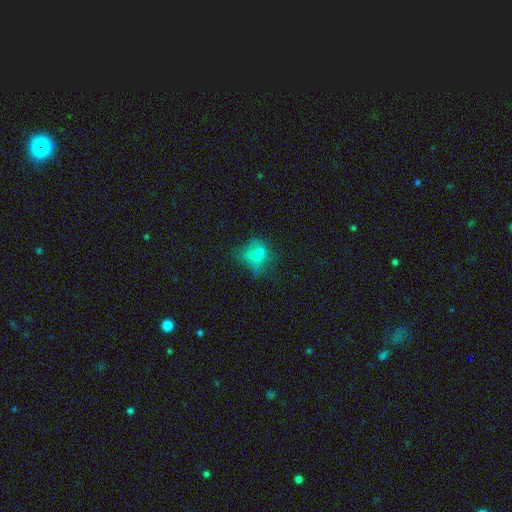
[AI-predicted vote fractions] Q: Smooth or featured?
A: smooth (58%); runner-up: featured or disk (26%)
Q: How rounded?
A: in between (50%); runner-up: round (48%)
Q: Merging?
A: none (39%); runner-up: major disturbance (22%)